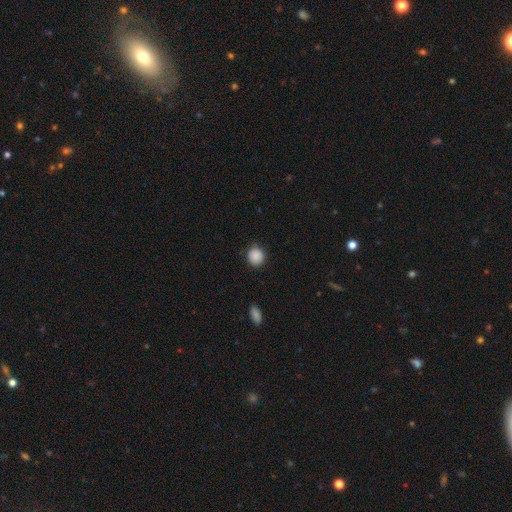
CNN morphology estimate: This appears to be a smooth galaxy with no disk features (89%) that is round (88%). Merging: none (85%).